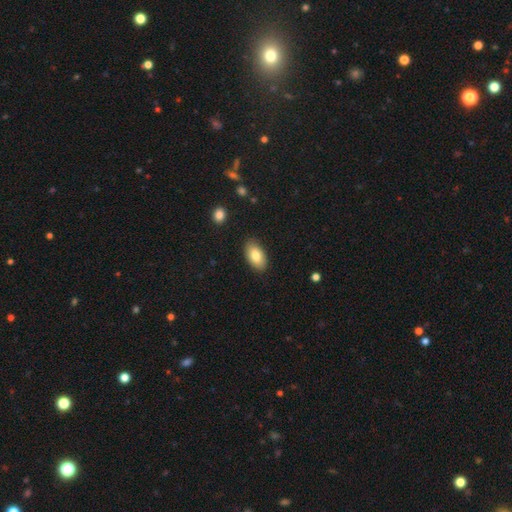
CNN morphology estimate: smooth-or-featured: smooth: 82% | featured or disk: 12% | star or artifact: 7%
  how-rounded: in between: 94% | round: 4% | cigar-shaped: 2%
  merging: none: 86% | minor disturbance: 11% | major disturbance: 2% | merger: 1%